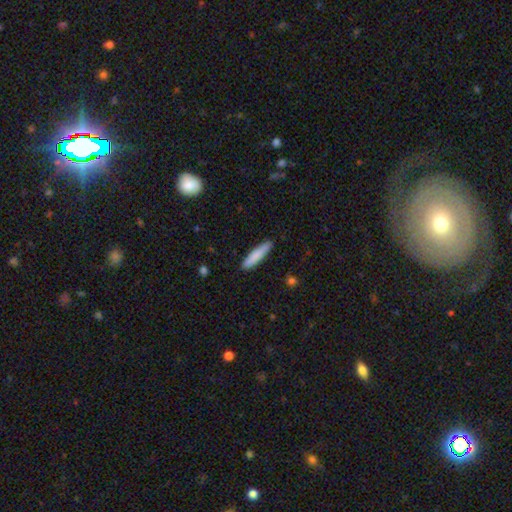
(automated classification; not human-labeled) Overall: smooth (82%). How rounded: cigar-shaped (86%). Merging: none (87%).